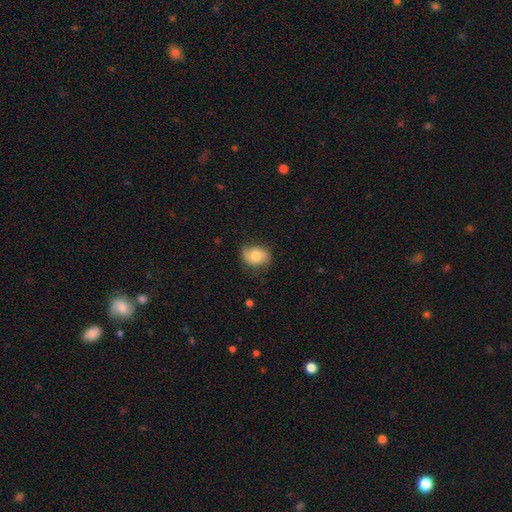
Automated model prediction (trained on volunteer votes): smooth 60%, featured or disk 31%, star or artifact 8%. Down the decision tree: how rounded — in between (58%); merging — none (74%).